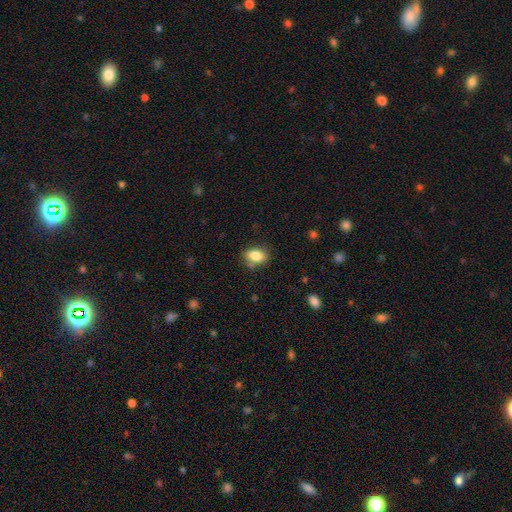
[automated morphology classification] A smooth galaxy with no disk features (85%) that is in between round and cigar-shaped (80%).

Vote fractions:
- Smooth or featured? smooth: 85% / star or artifact: 9% / featured or disk: 7%
- How rounded? in between: 80% / round: 18% / cigar-shaped: 2%
- Merging? none: 74% / minor disturbance: 16% / merger: 5% / major disturbance: 4%